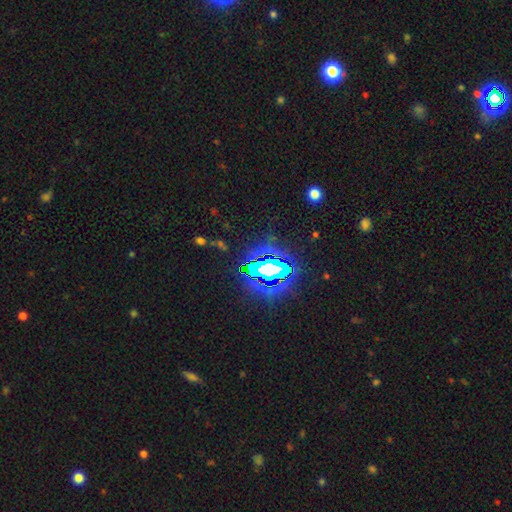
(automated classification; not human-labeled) Smooth or featured? Predicted: star or artifact (p=0.84).